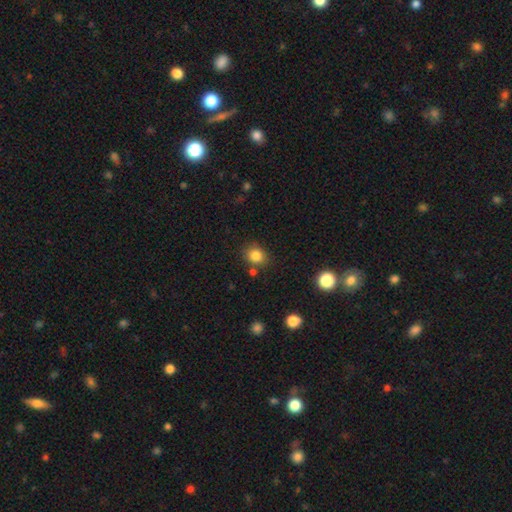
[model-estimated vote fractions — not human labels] A smooth galaxy with no disk features (83%) that is round (66%). Merging: none (78%).